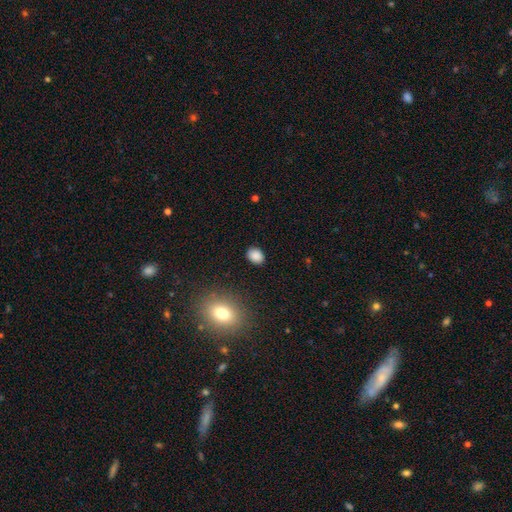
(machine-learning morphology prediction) A smooth galaxy with no disk features (86%) that is in between round and cigar-shaped (64%). Merging: none (88%).